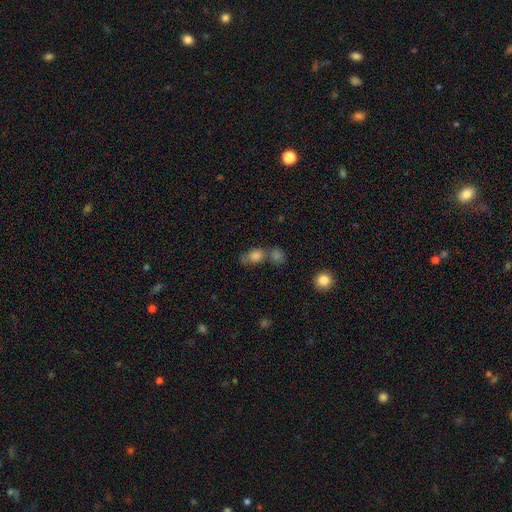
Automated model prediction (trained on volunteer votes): smooth 79%, star or artifact 11%, featured or disk 10%. Down the decision tree: how rounded — in between (60%); merging — merger (43%).